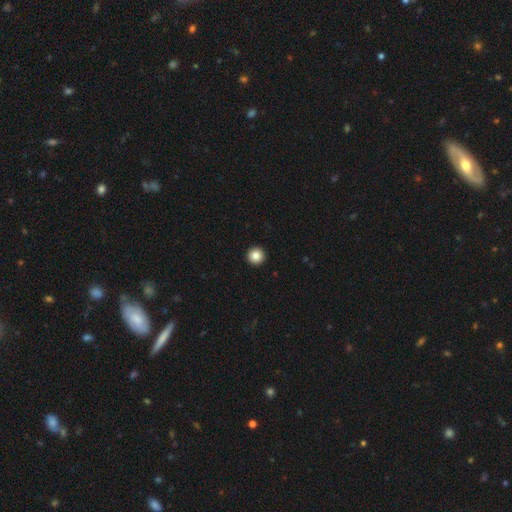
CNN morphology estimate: Smooth or featured? smooth (86%)
How rounded? round (97%)
Merging? none (95%)